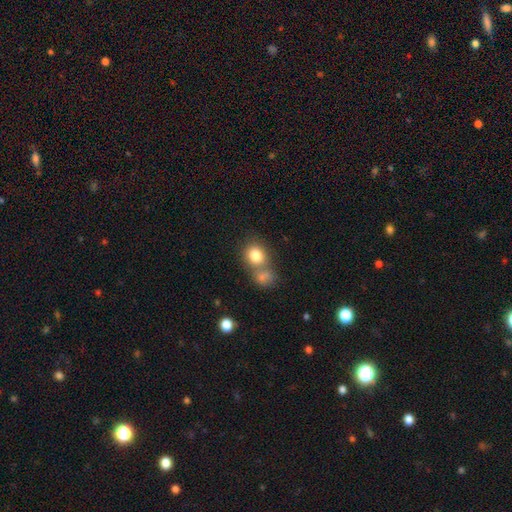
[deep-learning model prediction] This is clearly a smooth galaxy (82%). How rounded: likely round (70%). Merging: possibly none (45%).